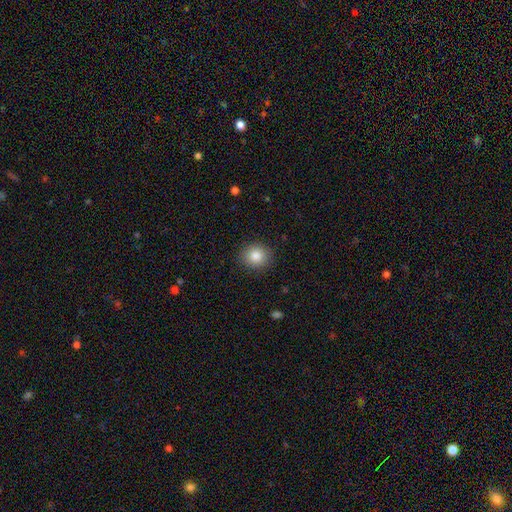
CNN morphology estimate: Smooth or featured: smooth — 85% (star or artifact — 9%)
How rounded: round — 79% (in between — 20%)
Merging: none — 88% (minor disturbance — 8%)